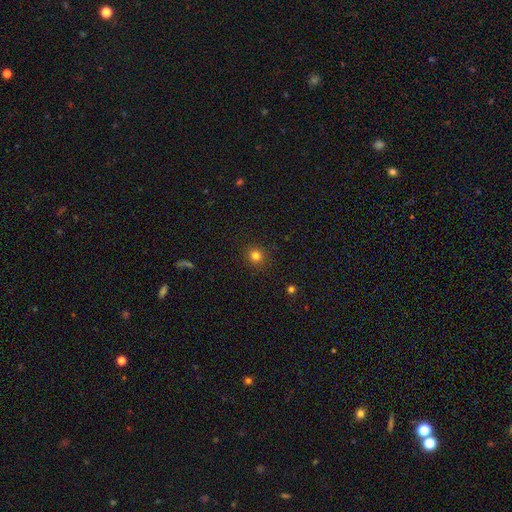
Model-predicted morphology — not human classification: Smooth or featured: smooth — 81% (star or artifact — 14%)
How rounded: round — 92% (in between — 7%)
Merging: none — 91% (minor disturbance — 6%)